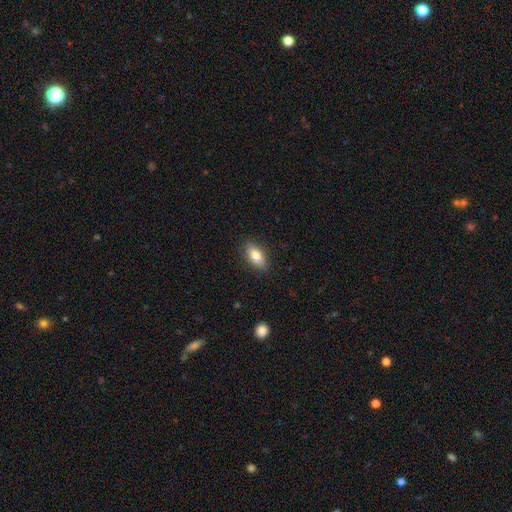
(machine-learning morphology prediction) Overall: smooth (80%). How rounded: in between (84%). Merging: none (85%).